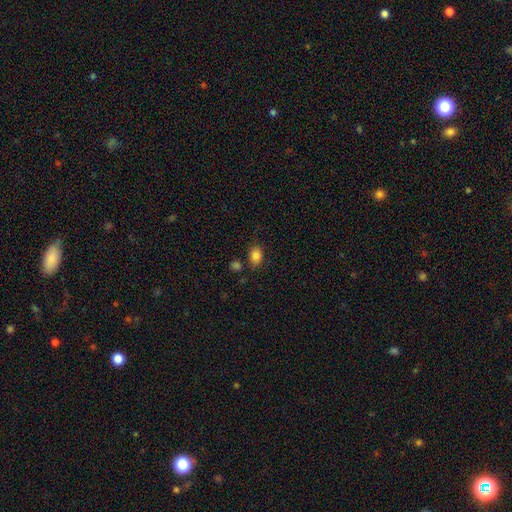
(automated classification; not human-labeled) The model was most divided on "how rounded": in between: 73%, round: 26%, cigar-shaped: 1%. More confident: smooth or featured — smooth (85%); merging — none (76%).